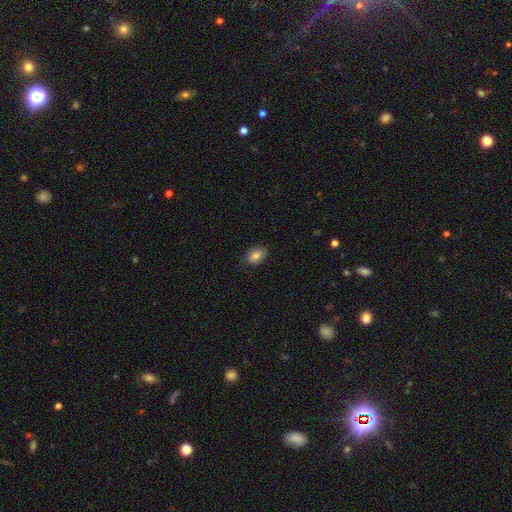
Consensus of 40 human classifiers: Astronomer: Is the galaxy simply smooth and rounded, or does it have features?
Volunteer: smooth — 88%.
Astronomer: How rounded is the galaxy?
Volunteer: in between — 94%.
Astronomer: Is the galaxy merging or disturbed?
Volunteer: none — 87%.